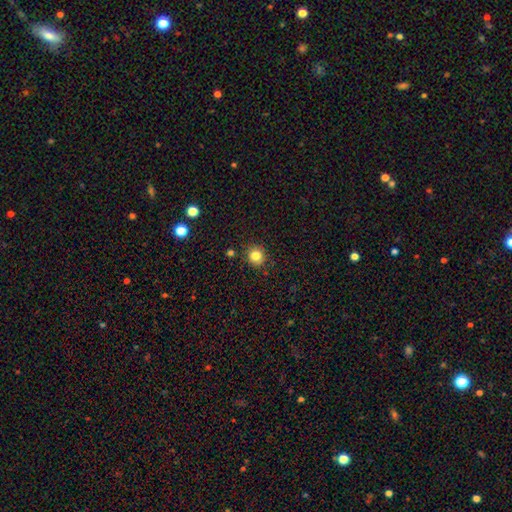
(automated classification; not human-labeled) smooth_or_featured: smooth (p=0.82) [alt: star or artifact p=0.12]
how_rounded: round (p=0.90) [alt: in between p=0.09]
merging: none (p=0.89) [alt: minor disturbance p=0.07]